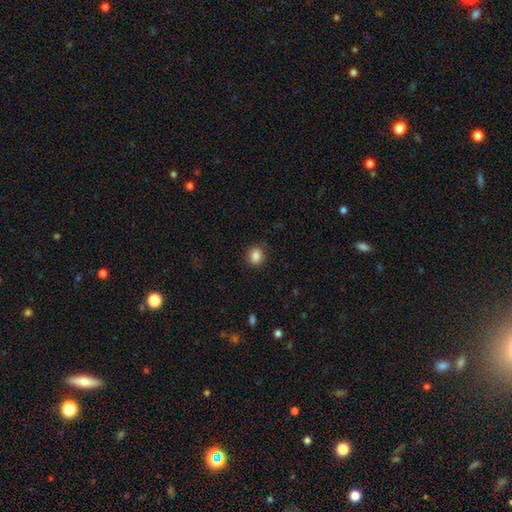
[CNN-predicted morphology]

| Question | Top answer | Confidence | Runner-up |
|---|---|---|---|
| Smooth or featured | smooth | 87% | star or artifact (9%) |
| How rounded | round | 76% | in between (23%) |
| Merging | none | 87% | minor disturbance (9%) |